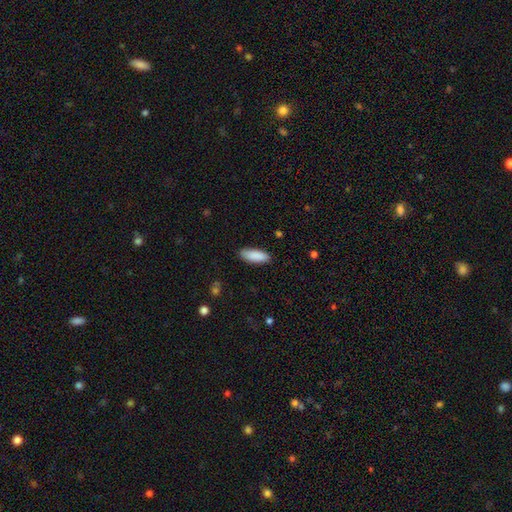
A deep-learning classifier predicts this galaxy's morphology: A smooth galaxy with no disk features (89%) that is in between round and cigar-shaped (69%).

Vote fractions:
- Smooth or featured? smooth: 89% / star or artifact: 6% / featured or disk: 5%
- How rounded? in between: 69% / cigar-shaped: 29% / round: 2%
- Merging? none: 87% / minor disturbance: 10% / major disturbance: 2% / merger: 1%